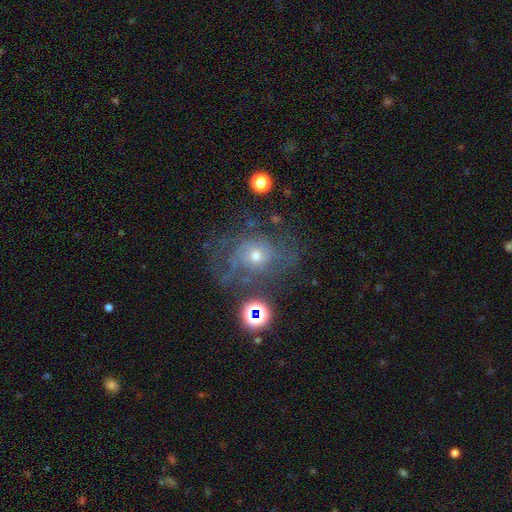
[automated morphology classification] This is possibly a featured or disk galaxy (58%). It is clearly not viewed edge-on (96%). Bar: clearly no (83%). Spiral arm pattern: likely yes (70%). Central bulge: possibly moderate (54%). Merging: possibly none (48%).